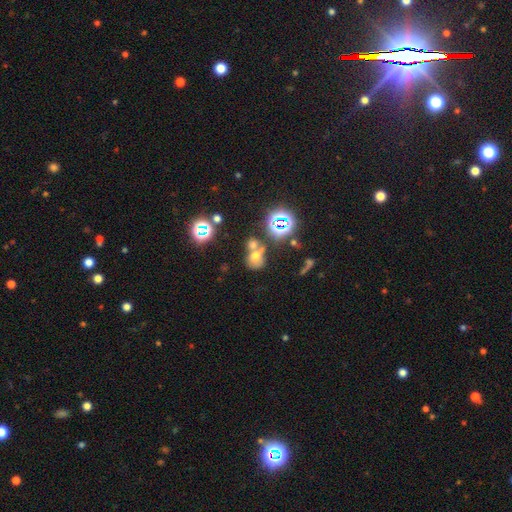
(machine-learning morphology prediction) This is possibly a smooth galaxy (54%). How rounded: possibly round (56%). Merging: possibly merger (48%).